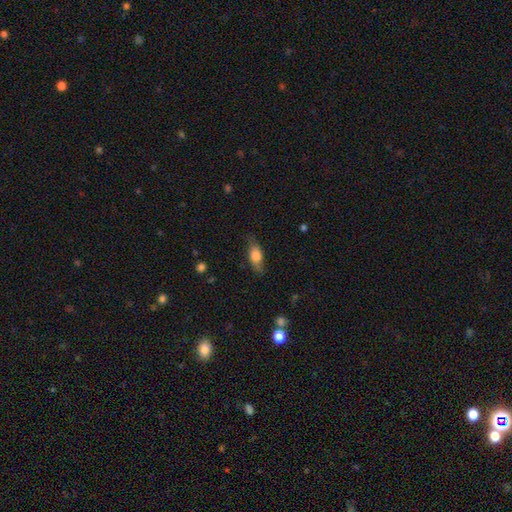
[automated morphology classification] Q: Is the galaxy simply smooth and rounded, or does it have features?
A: smooth — 68%.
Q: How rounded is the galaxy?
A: in between — 76%.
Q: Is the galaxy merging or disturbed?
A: none — 71%.